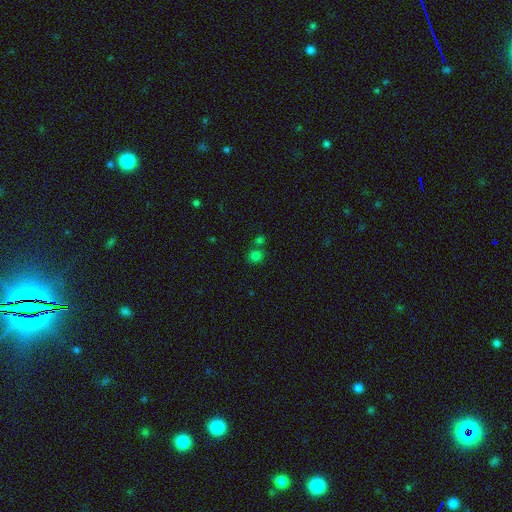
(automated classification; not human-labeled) Morphology: type=smooth (73%); roundness=round (82%); merging=none (66%).